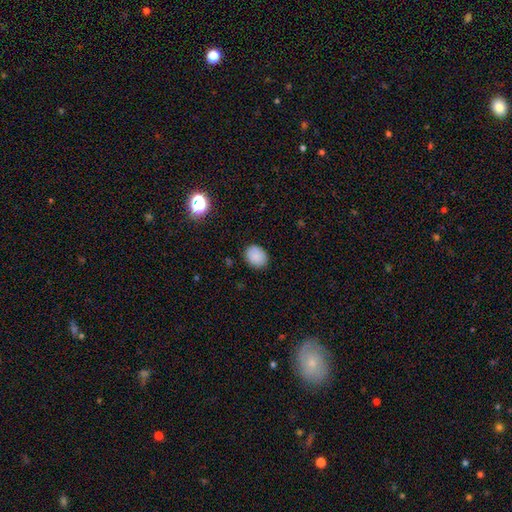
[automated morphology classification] type=smooth (86%); roundness=in between (54%); merging=none (86%).